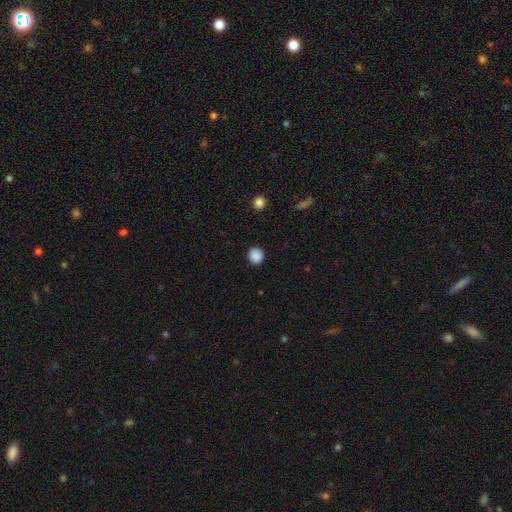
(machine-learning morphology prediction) Overall: smooth (88%). How rounded: round (88%). Merging: none (91%).